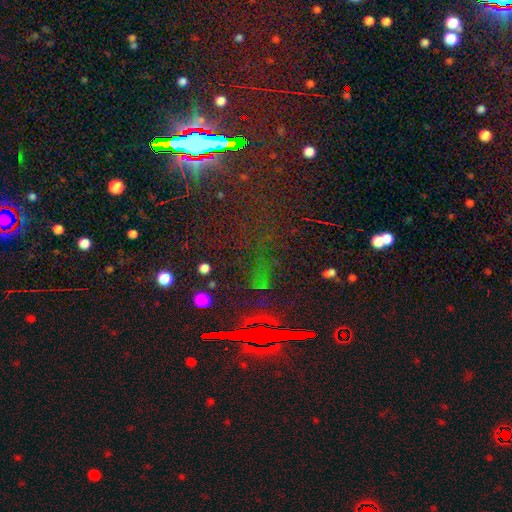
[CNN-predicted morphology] Overall: star or artifact (81%).